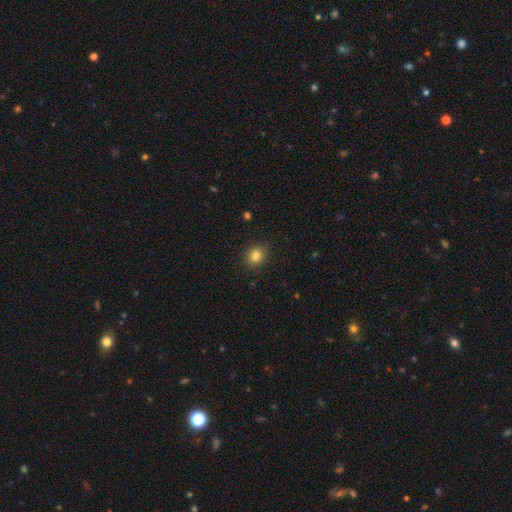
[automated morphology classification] Smooth or featured? Predicted: smooth (p=0.82). How rounded? Predicted: round (p=0.77). Merging? Predicted: none (p=0.90).